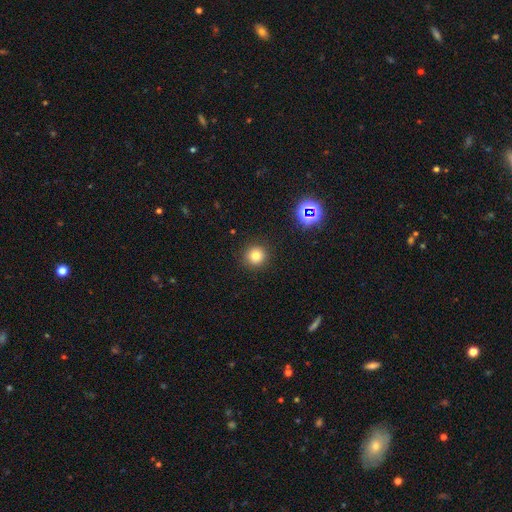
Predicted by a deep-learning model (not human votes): Morphology: type=smooth (78%); roundness=round (95%); merging=none (91%).